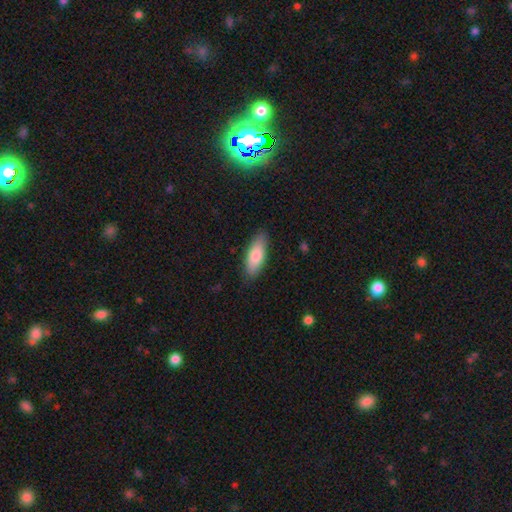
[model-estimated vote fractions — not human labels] A smooth galaxy with no disk features (80%) that is in between round and cigar-shaped (68%).

Vote fractions:
- Smooth or featured? smooth: 80% / featured or disk: 14% / star or artifact: 6%
- How rounded? in between: 68% / cigar-shaped: 30% / round: 2%
- Merging? none: 84% / minor disturbance: 12% / major disturbance: 2% / merger: 1%